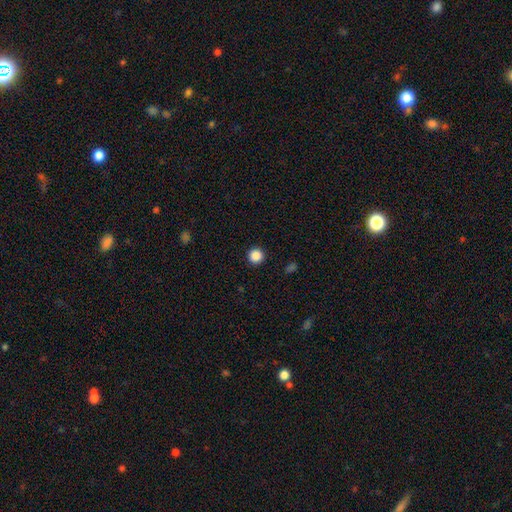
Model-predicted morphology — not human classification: Smooth or featured: smooth — 87% (star or artifact — 10%)
How rounded: round — 96% (in between — 3%)
Merging: none — 93% (minor disturbance — 4%)